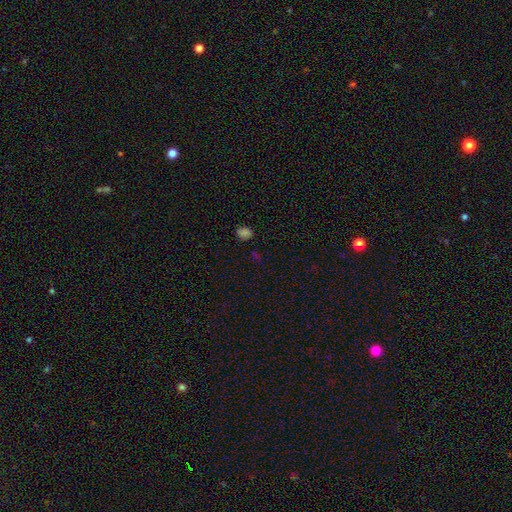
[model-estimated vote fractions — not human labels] This is possibly a smooth galaxy (56%). How rounded: possibly round (50%). Merging: likely none (79%).